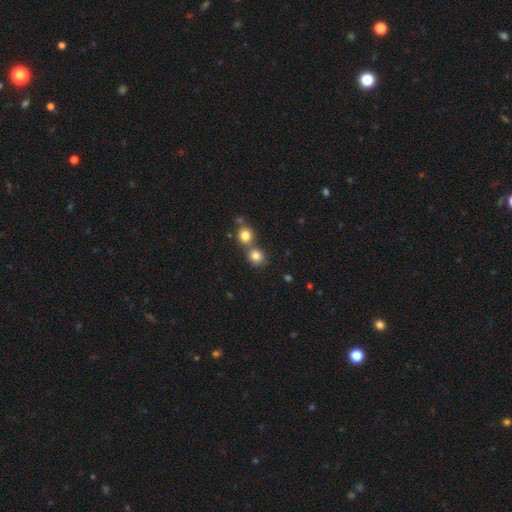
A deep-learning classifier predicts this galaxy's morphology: A smooth galaxy with no disk features (82%) that is round (82%). Merging: none (51%).